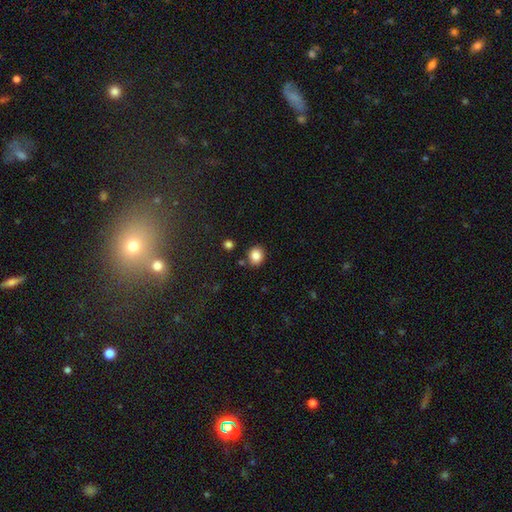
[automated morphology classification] Smooth or featured: smooth — 85% (star or artifact — 10%)
How rounded: round — 73% (in between — 26%)
Merging: none — 83% (minor disturbance — 9%)